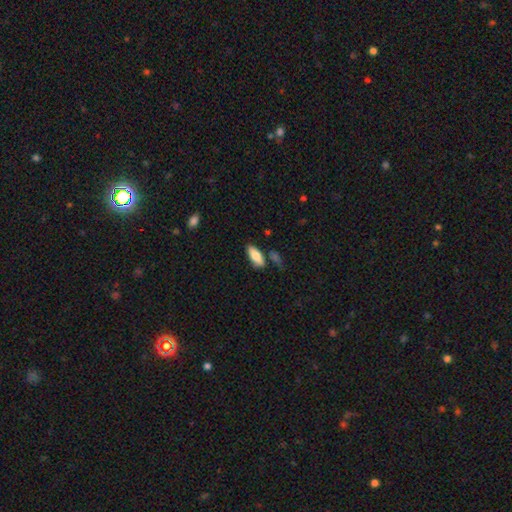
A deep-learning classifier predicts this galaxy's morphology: This is likely a smooth galaxy (79%). How rounded: likely in between (79%). Merging: likely none (68%).